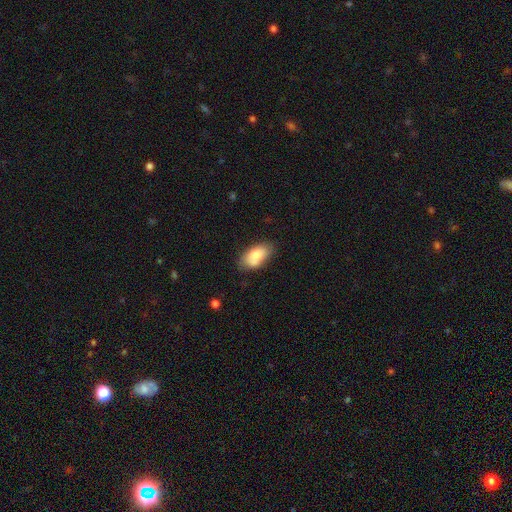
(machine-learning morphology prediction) Smooth or featured?
  - smooth: 78% *
  - featured or disk: 15%
  - star or artifact: 7%
How rounded?
  - in between: 93% *
  - round: 4%
  - cigar-shaped: 3%
Merging?
  - none: 65% *
  - minor disturbance: 24%
  - merger: 6%
  - major disturbance: 5%